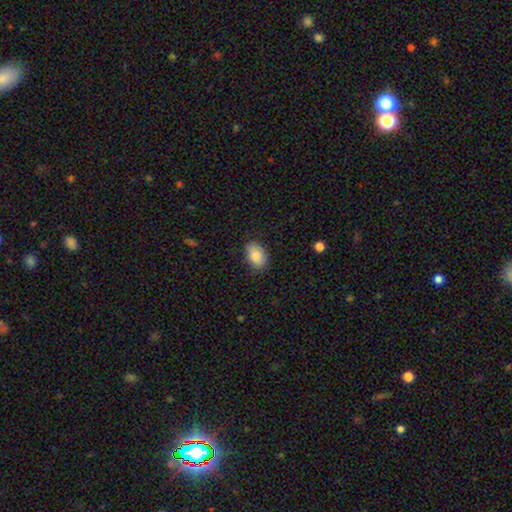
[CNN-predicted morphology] smooth-or-featured: smooth: 84% | featured or disk: 8% | star or artifact: 7%
  how-rounded: in between: 88% | round: 11% | cigar-shaped: 1%
  merging: none: 82% | minor disturbance: 14% | major disturbance: 3% | merger: 1%